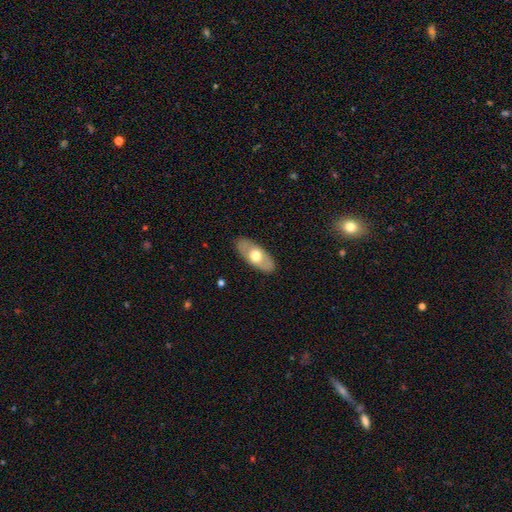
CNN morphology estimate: Q: Smooth or featured?
A: smooth (55%); runner-up: featured or disk (40%)
Q: How rounded?
A: in between (87%); runner-up: cigar-shaped (9%)
Q: Merging?
A: none (87%); runner-up: minor disturbance (10%)